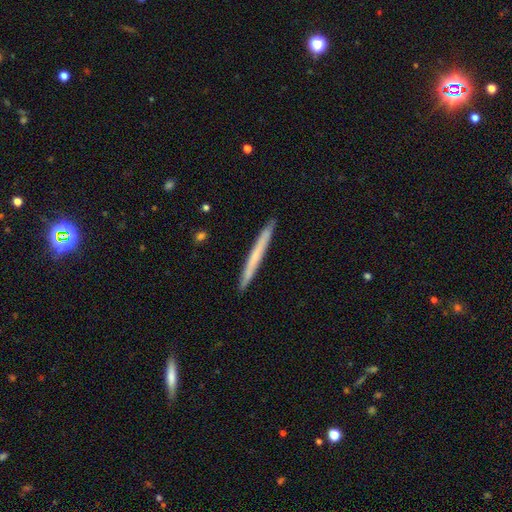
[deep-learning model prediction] A smooth galaxy with no disk features (56%) that is cigar-shaped (97%).

Vote fractions:
- Smooth or featured? smooth: 56% / featured or disk: 39% / star or artifact: 6%
- How rounded? cigar-shaped: 97% / in between: 1% / round: 1%
- Merging? none: 92% / minor disturbance: 6% / major disturbance: 1% / merger: 1%